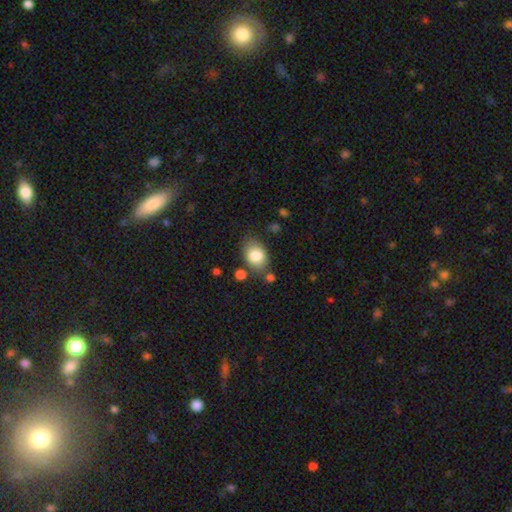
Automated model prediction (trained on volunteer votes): Overall: smooth (83%). How rounded: in between (75%). Merging: none (71%).